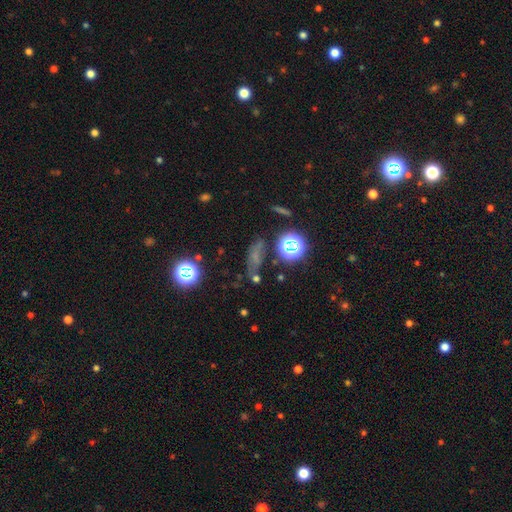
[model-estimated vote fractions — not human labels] Smooth or featured: star or artifact — 45% (smooth — 37%)